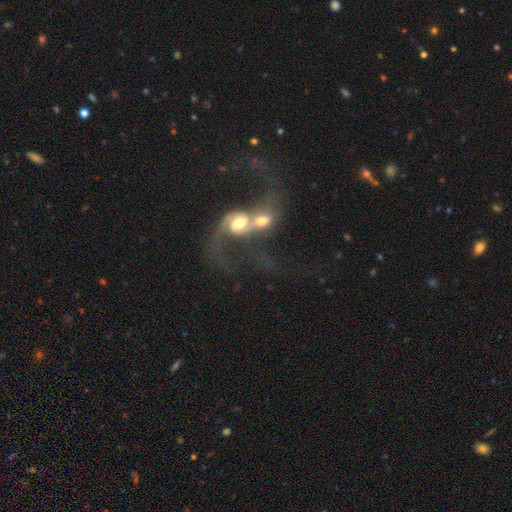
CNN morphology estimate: Smooth or featured: featured or disk — 75% (smooth — 15%)
Edge-on disk: no — 97% (yes — 3%)
Bar: no — 58% (weak — 30%)
Spiral arms: yes — 83% (no — 17%)
Spiral winding: loose — 77% (medium — 19%)
Spiral arm count: 2 — 75% (1 — 12%)
Bulge size: moderate — 52% (small — 23%)
Merging: merger — 72% (none — 13%)